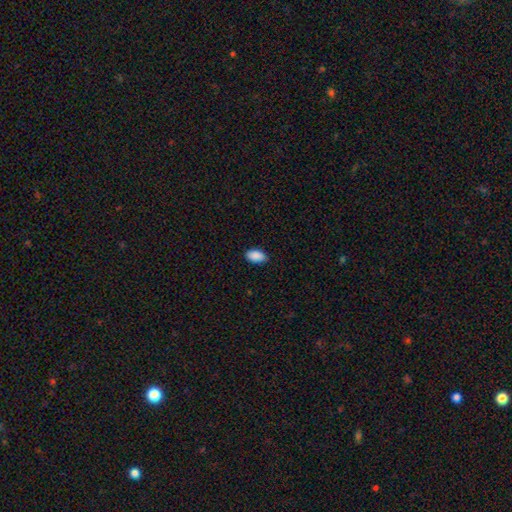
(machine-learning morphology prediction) smooth_or_featured: smooth (p=0.90) [alt: star or artifact p=0.07]
how_rounded: in between (p=0.94) [alt: round p=0.04]
merging: none (p=0.87) [alt: minor disturbance p=0.10]